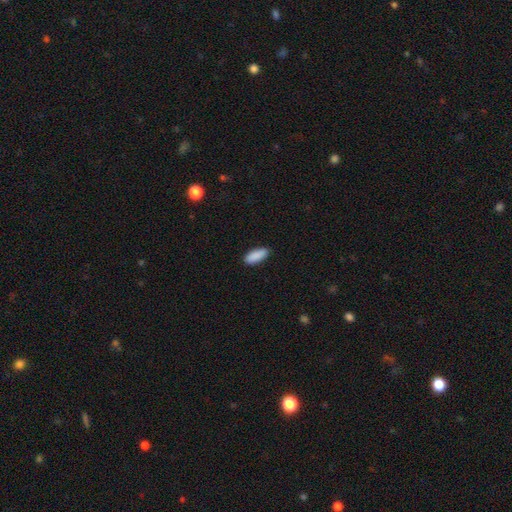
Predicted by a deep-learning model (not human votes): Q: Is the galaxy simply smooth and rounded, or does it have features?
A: smooth — 90%.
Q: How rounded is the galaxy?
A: in between — 81%.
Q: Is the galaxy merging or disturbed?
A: none — 87%.